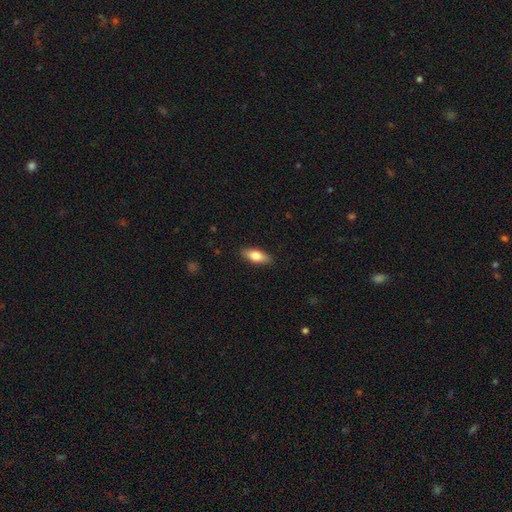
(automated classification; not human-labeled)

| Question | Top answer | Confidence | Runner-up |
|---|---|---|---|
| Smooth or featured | smooth | 74% | featured or disk (20%) |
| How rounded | in between | 75% | cigar-shaped (22%) |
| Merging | none | 88% | minor disturbance (9%) |